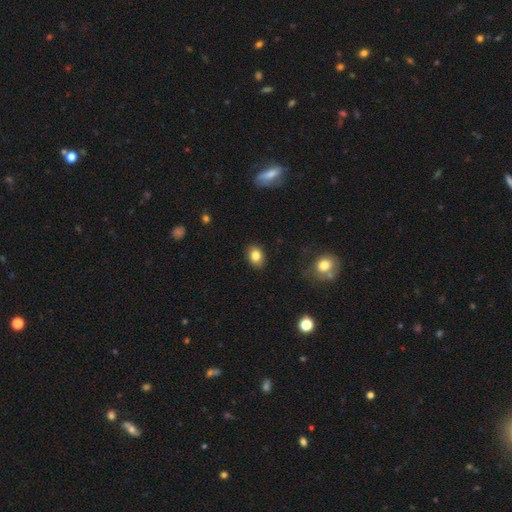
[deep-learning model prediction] A smooth galaxy with no disk features (83%) that is in between round and cigar-shaped (70%).

Vote fractions:
- Smooth or featured? smooth: 83% / star or artifact: 9% / featured or disk: 8%
- How rounded? in between: 70% / round: 29% / cigar-shaped: 1%
- Merging? none: 87% / minor disturbance: 10% / major disturbance: 2% / merger: 1%